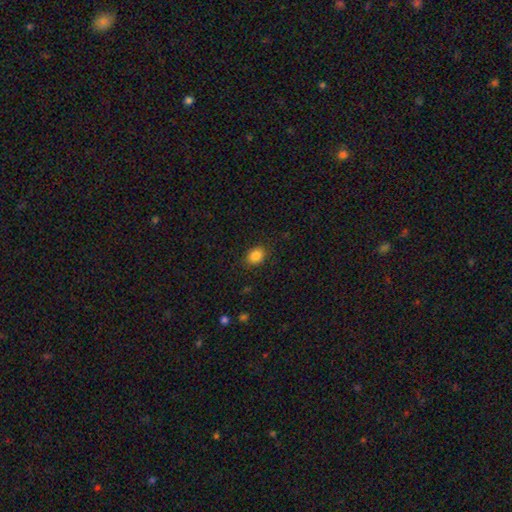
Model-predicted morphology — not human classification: Overall: smooth (86%). How rounded: in between (57%; round 42%). Merging: none (86%).